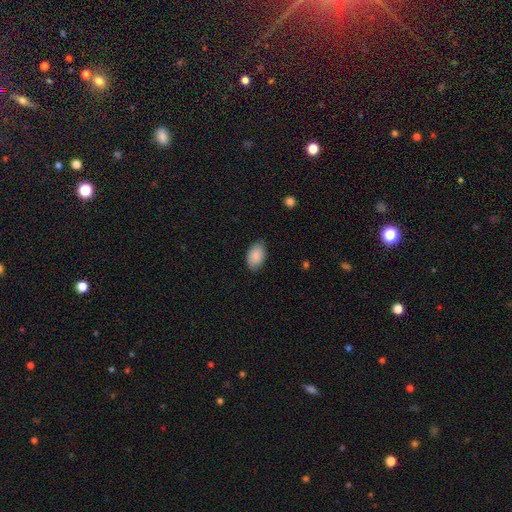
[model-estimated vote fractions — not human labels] Smooth or featured: smooth — 89% (star or artifact — 6%)
How rounded: in between — 91% (round — 8%)
Merging: none — 78% (minor disturbance — 18%)